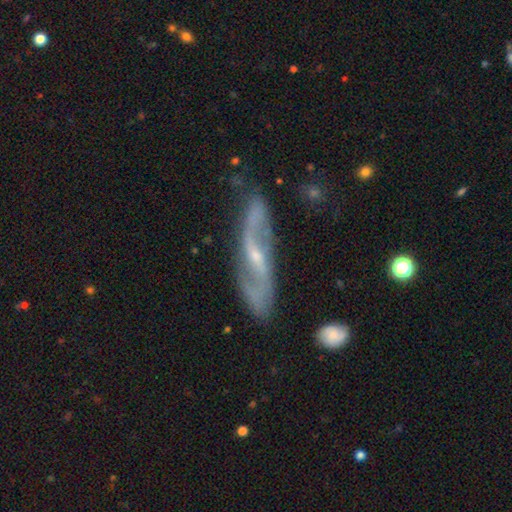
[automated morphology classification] This appears to be a featured or disk galaxy (85%) with a weak bar (44%), 2 (90%) loose (44%) spiral arms (95%) and a small central bulge (67%). Merging: none (75%).